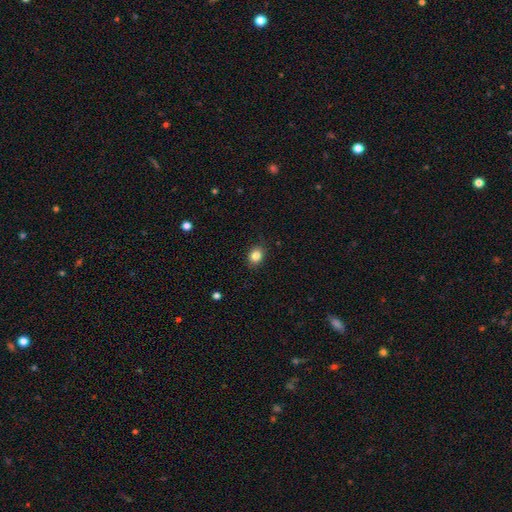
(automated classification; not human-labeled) The model was most divided on "how rounded": round: 55%, in between: 44%, cigar-shaped: 1%. More confident: merging — none (87%); smooth or featured — smooth (85%).